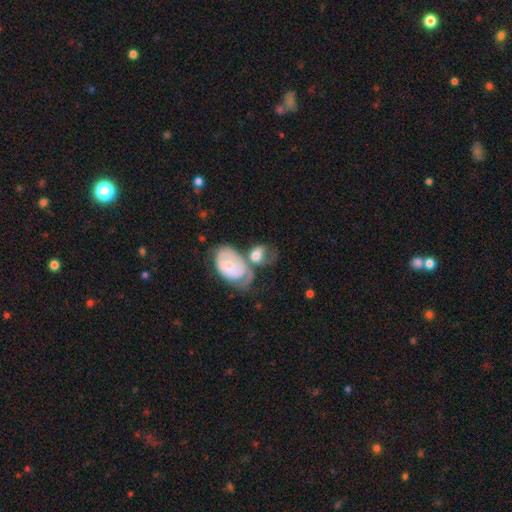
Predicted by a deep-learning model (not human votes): Smooth or featured? Predicted: smooth (p=0.58). How rounded? Predicted: in between (p=0.64). Merging? Predicted: merger (p=0.43).